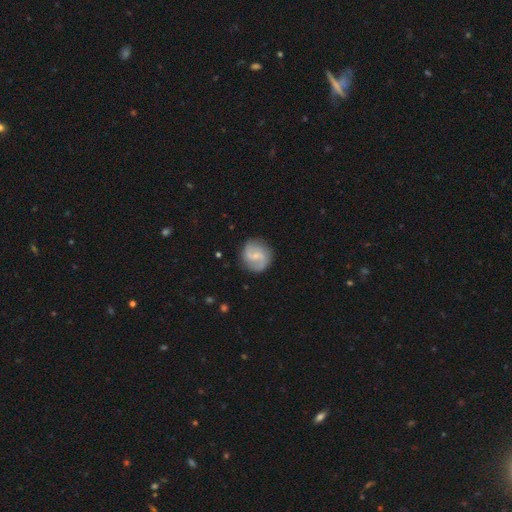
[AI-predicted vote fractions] A featured or disk galaxy (69%) with a weak bar (56%), 2 (88%) medium (47%) spiral arms (92%) and a small central bulge (59%).

Vote fractions:
- Smooth or featured? featured or disk: 69% / smooth: 25% / star or artifact: 6%
- Edge-on disk? no: 98% / yes: 2%
- Bar? weak: 56% / no: 30% / strong: 14%
- Spiral arms? yes: 92% / no: 8%
- Spiral winding? medium: 47% / loose: 35% / tight: 18%
- Spiral arm count? 2: 88% / can't tell: 6% / 1: 3% / 3: 1% / 4: 1% / more than 4: 1%
- Bulge size? small: 59% / moderate: 21% / none: 17% / large: 1% / dominant: 1%
- Merging? none: 82% / minor disturbance: 13% / major disturbance: 4% / merger: 1%